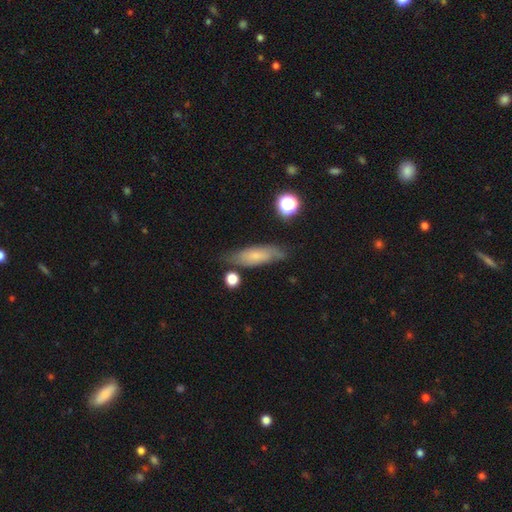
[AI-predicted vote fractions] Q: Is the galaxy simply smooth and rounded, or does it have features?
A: smooth — 59%.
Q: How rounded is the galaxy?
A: in between — 51%.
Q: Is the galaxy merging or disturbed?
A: none — 69%.